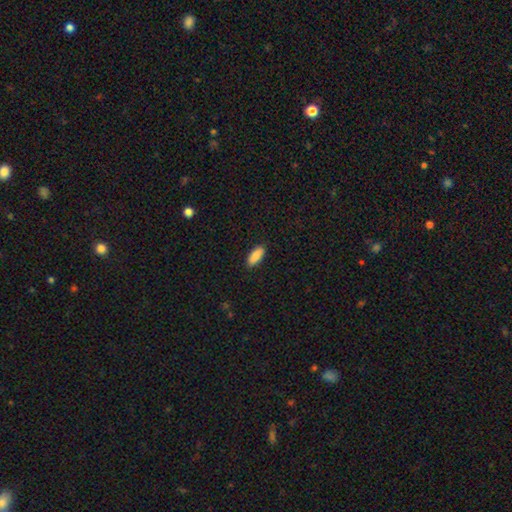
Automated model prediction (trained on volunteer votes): smooth_or_featured: smooth (p=0.88) [alt: star or artifact p=0.06]
how_rounded: in between (p=0.80) [alt: cigar-shaped p=0.18]
merging: none (p=0.89) [alt: minor disturbance p=0.08]